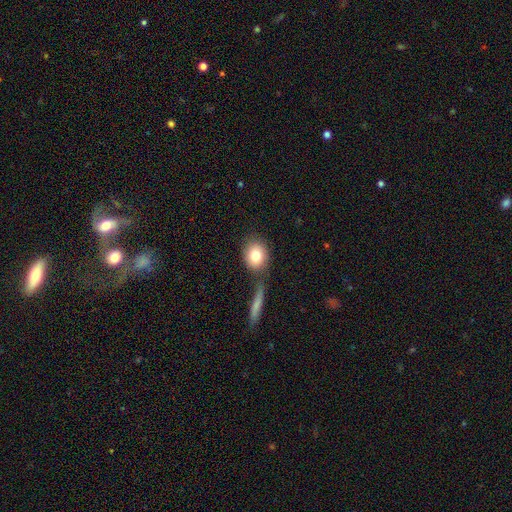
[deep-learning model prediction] Morphology: type=smooth (81%); roundness=round (54%); merging=none (69%).